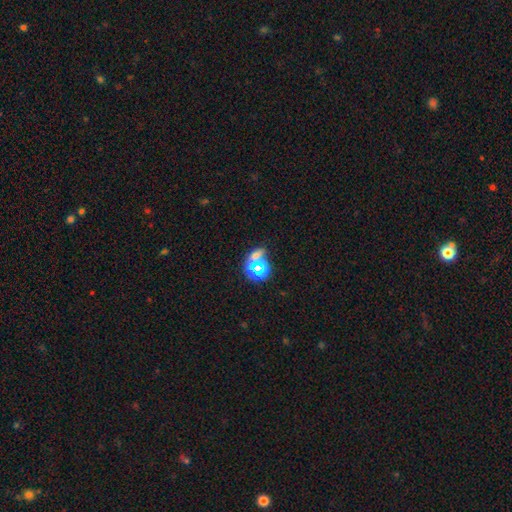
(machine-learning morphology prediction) A star or artifact, not a galaxy (44%).